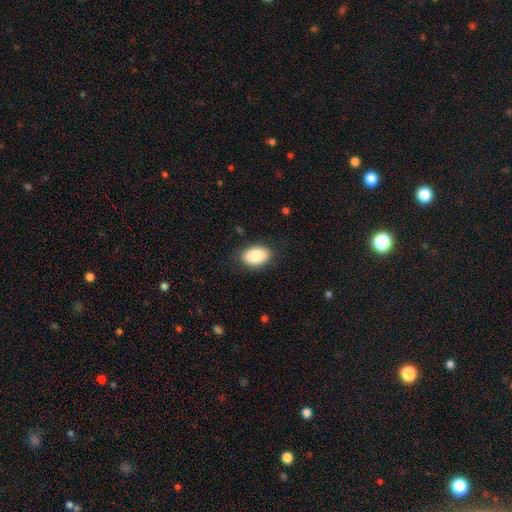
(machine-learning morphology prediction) smooth 88%, star or artifact 7%, featured or disk 6%. Down the decision tree: how rounded — in between (90%); merging — none (85%).